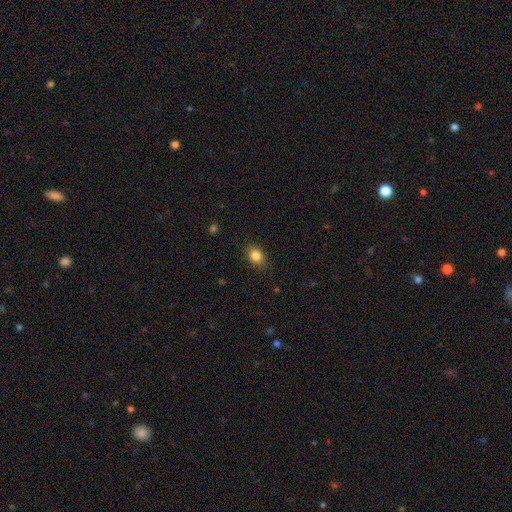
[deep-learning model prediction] This appears to be a smooth galaxy with no disk features (84%) that is in between round and cigar-shaped (71%). Merging: none (85%).